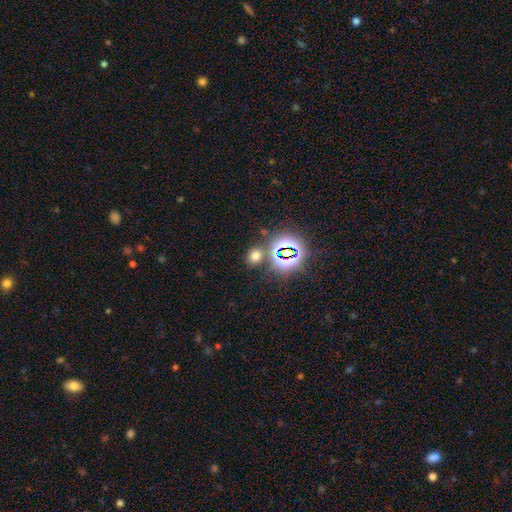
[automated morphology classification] The model was most divided on "how rounded": round: 53%, in between: 46%, cigar-shaped: 1%. More confident: merging — none (78%); smooth or featured — smooth (60%).